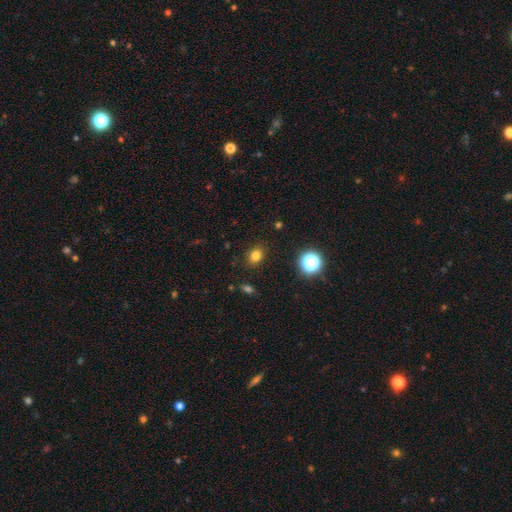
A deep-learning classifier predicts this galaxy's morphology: The model was most divided on "how rounded": in between: 56%, round: 43%, cigar-shaped: 1%. More confident: merging — none (87%); smooth or featured — smooth (79%).